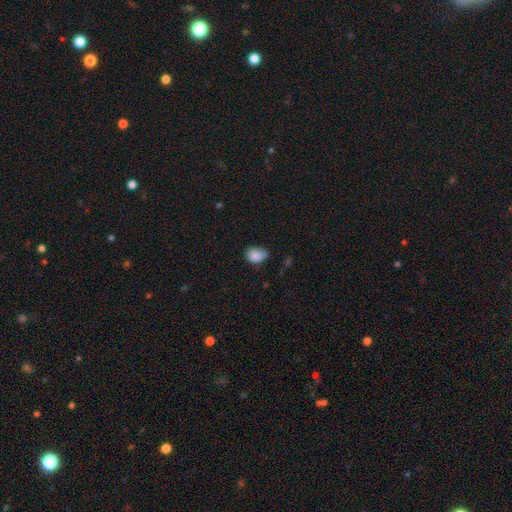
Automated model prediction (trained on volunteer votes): smooth_or_featured: smooth (p=0.85) [alt: star or artifact p=0.09]
how_rounded: in between (p=0.71) [alt: round p=0.28]
merging: none (p=0.53) [alt: minor disturbance p=0.36]